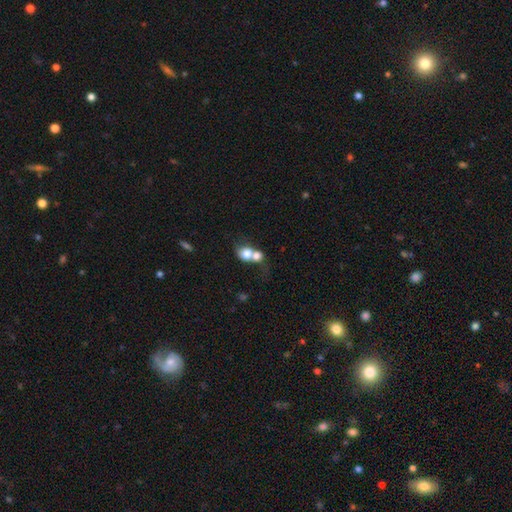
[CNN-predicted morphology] Smooth or featured? Predicted: smooth (p=0.71). How rounded? Predicted: round (p=0.63). Merging? Predicted: merger (p=0.71).